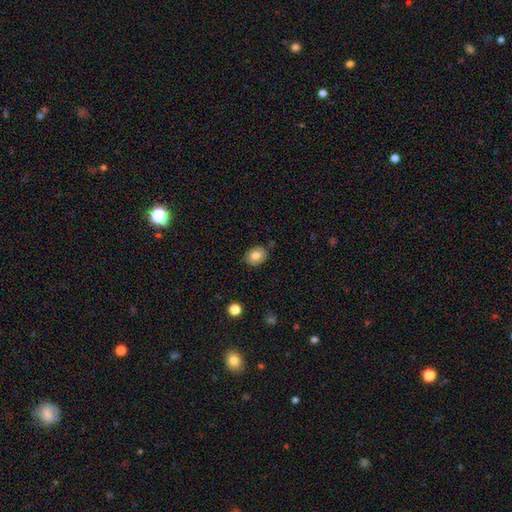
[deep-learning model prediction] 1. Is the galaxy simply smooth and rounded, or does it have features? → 75% smooth, 17% featured or disk, 9% star or artifact.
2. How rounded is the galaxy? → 56% in between, 43% round, 1% cigar-shaped.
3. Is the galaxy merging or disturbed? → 83% none, 13% minor disturbance, 3% major disturbance, 2% merger.